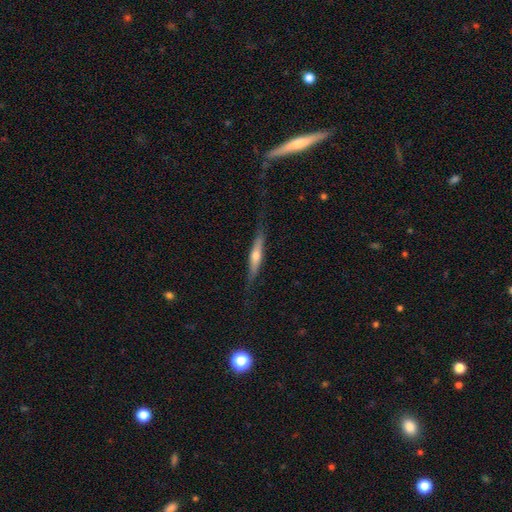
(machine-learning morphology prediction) Q: Smooth or featured?
A: featured or disk (54%); runner-up: smooth (41%)
Q: Edge-on disk?
A: yes (93%); runner-up: no (7%)
Q: Merging?
A: none (79%); runner-up: minor disturbance (15%)